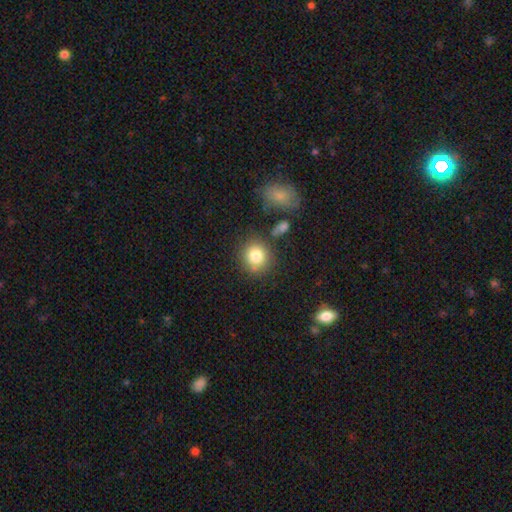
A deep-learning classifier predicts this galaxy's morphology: Q: Smooth or featured?
A: smooth (82%); runner-up: star or artifact (10%)
Q: How rounded?
A: round (84%); runner-up: in between (15%)
Q: Merging?
A: none (75%); runner-up: minor disturbance (13%)